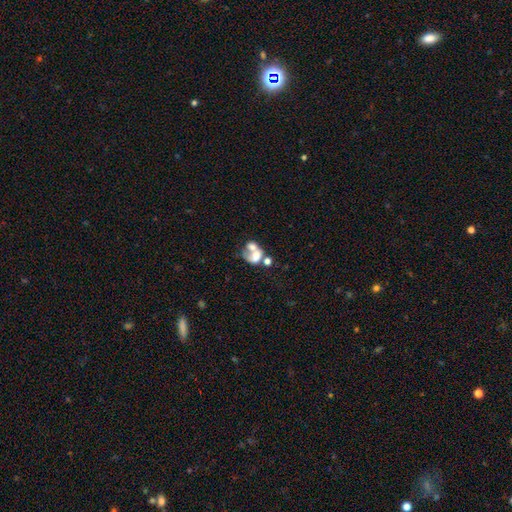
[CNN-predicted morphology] smooth_or_featured: smooth (p=0.49) [alt: featured or disk p=0.39]
merging: merger (p=0.59) [alt: major disturbance p=0.17]